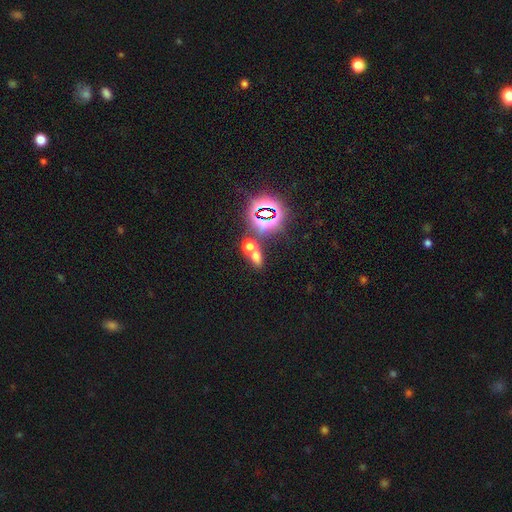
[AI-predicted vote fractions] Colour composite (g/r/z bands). It shows a smooth galaxy with no disk features (53%) that is in between round and cigar-shaped (56%). Merging: merger (44%).